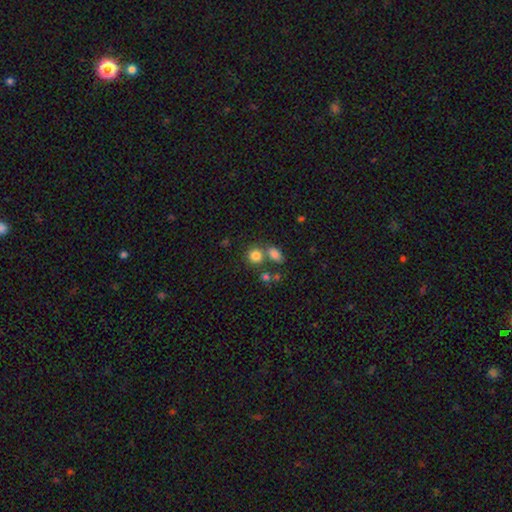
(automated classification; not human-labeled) This appears to be a smooth galaxy with no disk features (81%) that is round (78%). Merging: none (58%).